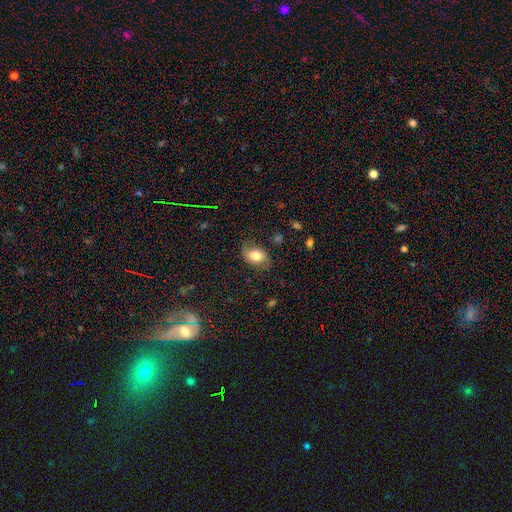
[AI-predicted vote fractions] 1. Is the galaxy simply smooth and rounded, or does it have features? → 73% smooth, 19% featured or disk, 8% star or artifact.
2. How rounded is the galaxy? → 83% in between, 15% round, 1% cigar-shaped.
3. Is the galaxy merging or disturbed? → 70% none, 21% minor disturbance, 7% major disturbance, 1% merger.